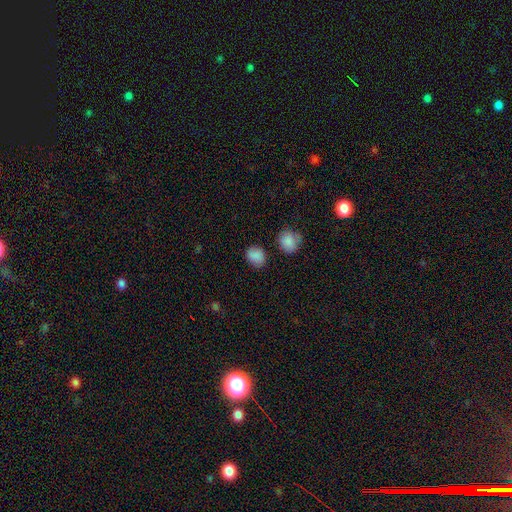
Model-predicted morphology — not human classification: smooth 85%, star or artifact 10%, featured or disk 6%. Down the decision tree: how rounded — round (52%); merging — none (77%).